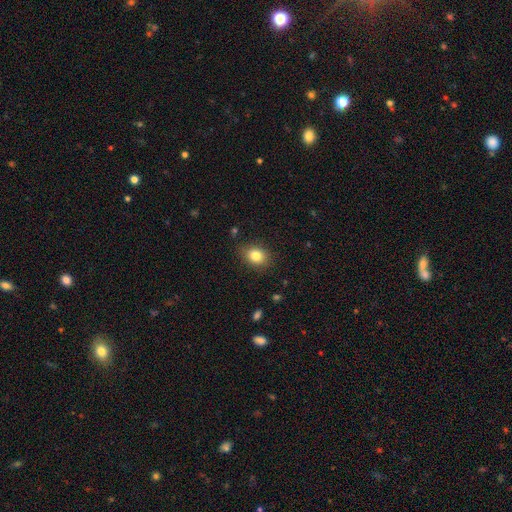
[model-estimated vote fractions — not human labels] Morphology: type=smooth (82%); roundness=in between (53%); merging=none (82%).